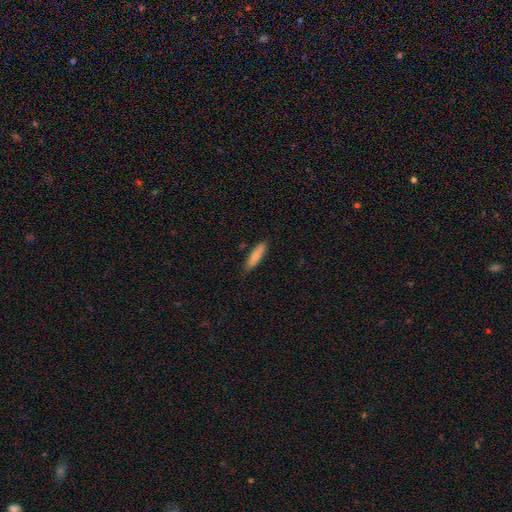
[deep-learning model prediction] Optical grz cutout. It shows a smooth galaxy with no disk features (81%) that is cigar-shaped (73%). Merging: none (84%).